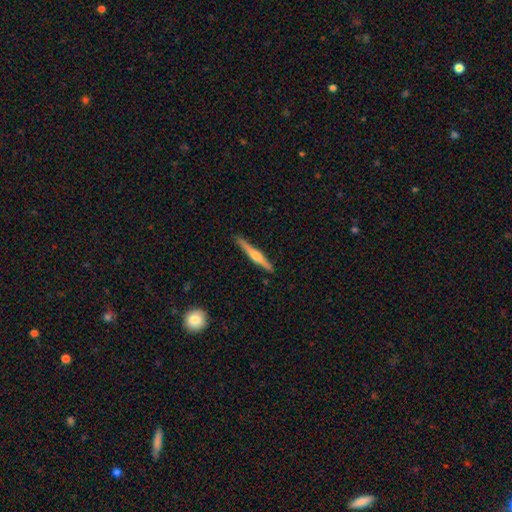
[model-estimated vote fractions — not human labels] Smooth or featured: featured or disk — 70% (smooth — 25%)
Edge-on disk: yes — 98% (no — 2%)
Edge-on bulge: rounded — 84% (none — 8%)
Merging: none — 91% (minor disturbance — 7%)